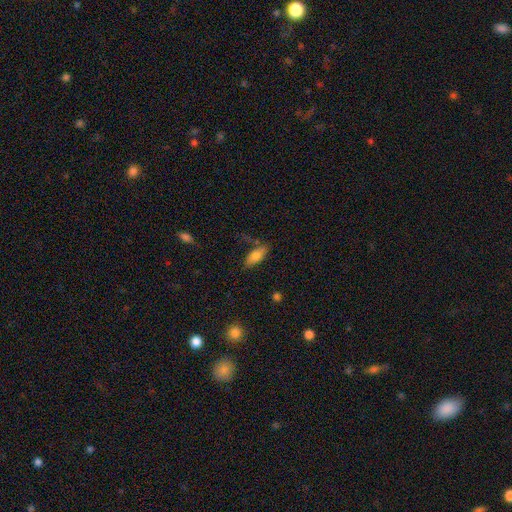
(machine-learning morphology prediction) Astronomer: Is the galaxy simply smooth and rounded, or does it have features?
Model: smooth — 76%.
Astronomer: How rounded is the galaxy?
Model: in between — 82%.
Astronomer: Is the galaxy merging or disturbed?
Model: none — 66%.